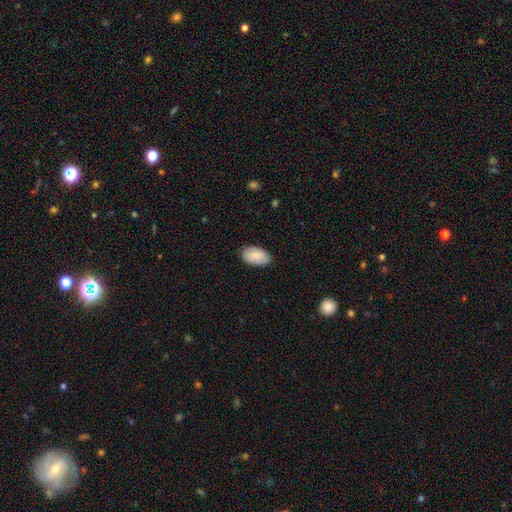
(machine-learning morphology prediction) smooth_or_featured: smooth (p=0.81) [alt: featured or disk p=0.13]
how_rounded: in between (p=0.95) [alt: round p=0.04]
merging: none (p=0.85) [alt: minor disturbance p=0.12]